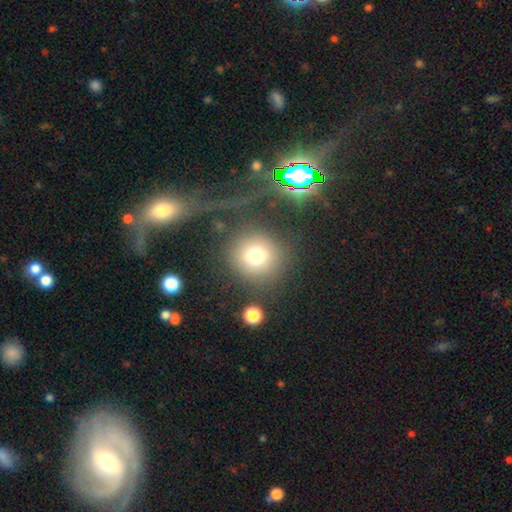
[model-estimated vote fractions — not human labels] smooth 72%, star or artifact 15%, featured or disk 13%. Down the decision tree: how rounded — round (91%); merging — none (70%).